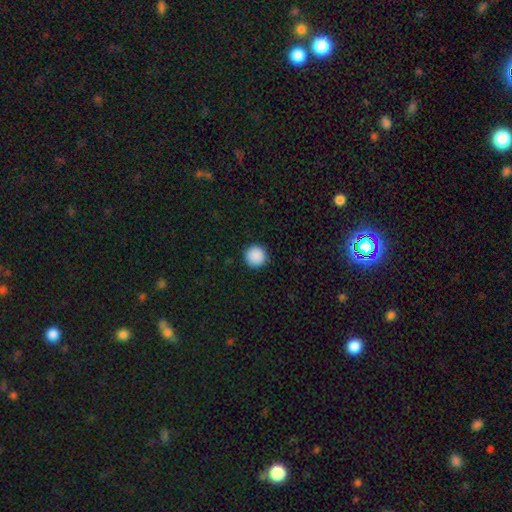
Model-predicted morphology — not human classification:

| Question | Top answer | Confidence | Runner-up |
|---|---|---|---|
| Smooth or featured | smooth | 90% | star or artifact (8%) |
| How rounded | round | 96% | in between (3%) |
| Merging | none | 93% | minor disturbance (5%) |